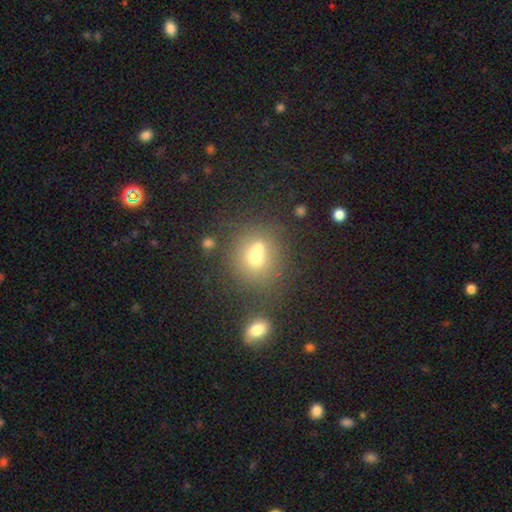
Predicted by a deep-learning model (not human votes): Smooth or featured?
  - smooth: 67% *
  - featured or disk: 18%
  - star or artifact: 15%
How rounded?
  - round: 78% *
  - in between: 21%
  - cigar-shaped: 1%
Merging?
  - none: 46% *
  - merger: 40%
  - minor disturbance: 10%
  - major disturbance: 4%